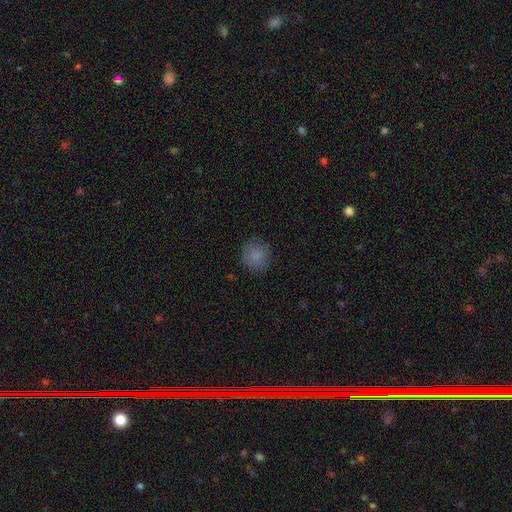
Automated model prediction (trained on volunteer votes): smooth 84%, star or artifact 10%, featured or disk 5%. Down the decision tree: how rounded — round (89%); merging — none (84%).